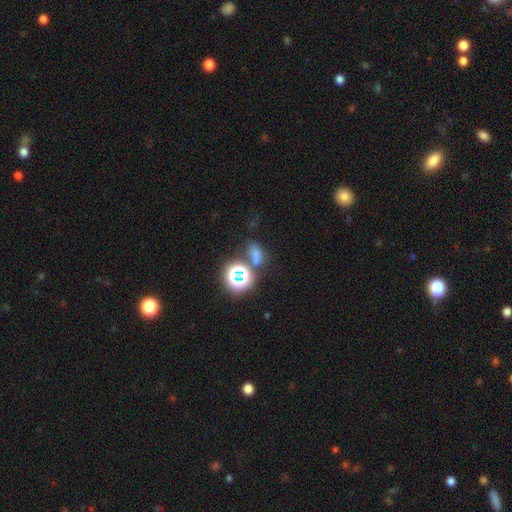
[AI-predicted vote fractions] This appears to be a smooth galaxy with no disk features (53%) that is in between round and cigar-shaped (63%). Merging: none (46%).